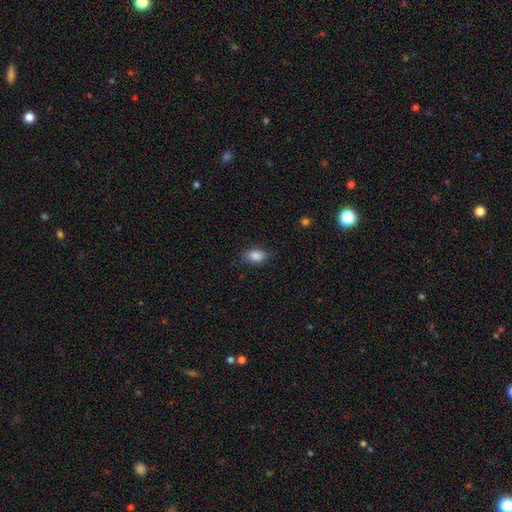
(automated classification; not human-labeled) Morphology: type=smooth (86%); roundness=in between (87%); merging=none (79%).